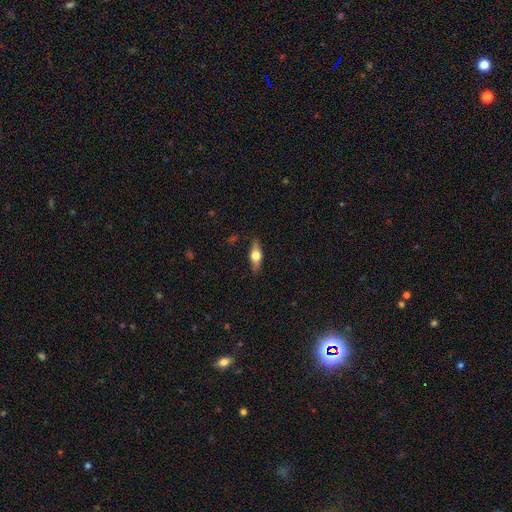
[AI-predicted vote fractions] The model was most divided on "smooth or featured": featured or disk: 49%, smooth: 44%, star or artifact: 7%. More confident: merging — none (84%).